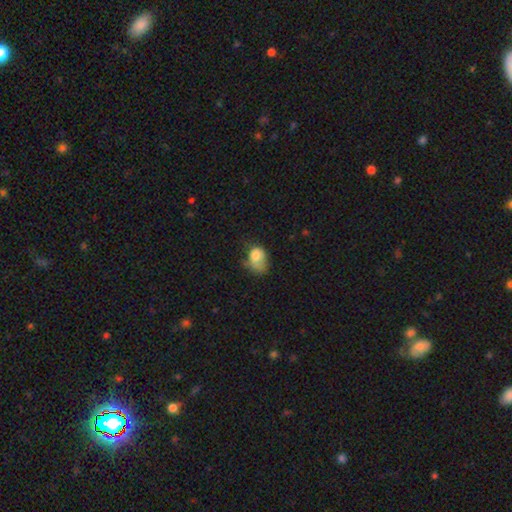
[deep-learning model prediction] Smooth or featured? Predicted: smooth (p=0.76). How rounded? Predicted: in between (p=0.69). Merging? Predicted: major disturbance (p=0.37).